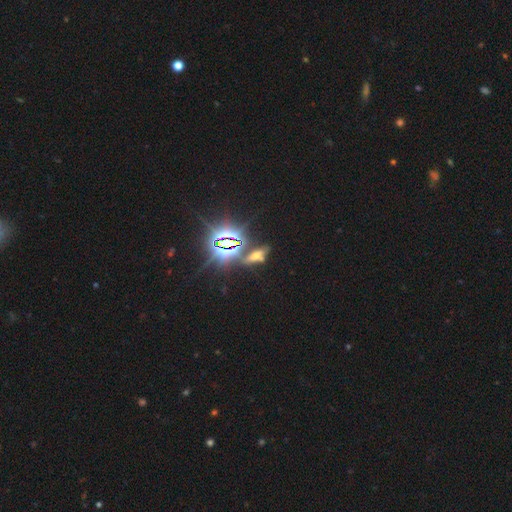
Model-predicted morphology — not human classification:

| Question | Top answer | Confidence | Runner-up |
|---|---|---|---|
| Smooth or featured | star or artifact | 58% | smooth (24%) |